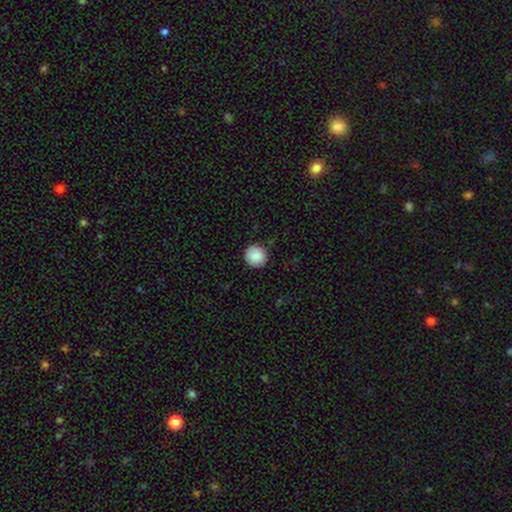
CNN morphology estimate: smooth-or-featured: smooth: 89% | star or artifact: 8% | featured or disk: 4%
  how-rounded: round: 94% | in between: 5% | cigar-shaped: 1%
  merging: none: 90% | minor disturbance: 7% | major disturbance: 2% | merger: 1%